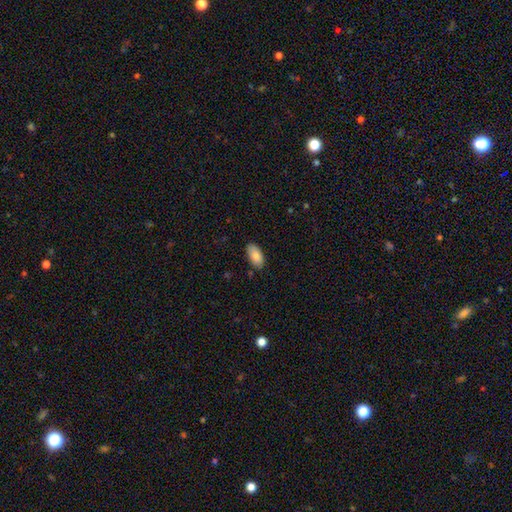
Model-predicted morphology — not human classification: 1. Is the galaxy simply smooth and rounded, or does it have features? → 86% smooth, 8% featured or disk, 7% star or artifact.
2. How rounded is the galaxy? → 94% in between, 4% cigar-shaped, 2% round.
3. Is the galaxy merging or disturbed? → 84% none, 13% minor disturbance, 2% major disturbance, 1% merger.